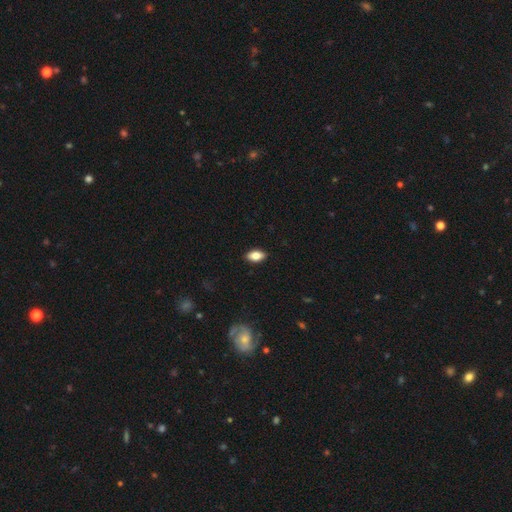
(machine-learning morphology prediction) Smooth or featured: smooth — 82% (featured or disk — 11%)
How rounded: in between — 91% (round — 5%)
Merging: none — 89% (minor disturbance — 8%)